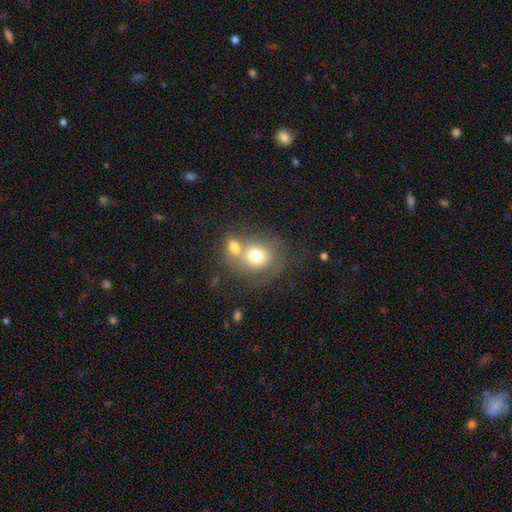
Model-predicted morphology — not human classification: Q: Smooth or featured?
A: smooth (66%); runner-up: featured or disk (24%)
Q: How rounded?
A: round (65%); runner-up: in between (34%)
Q: Merging?
A: merger (49%); runner-up: none (31%)